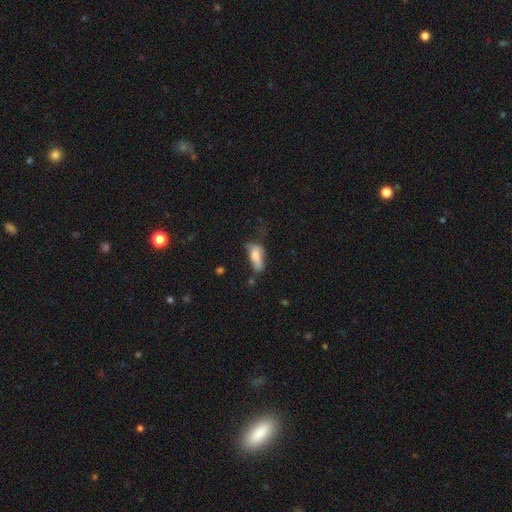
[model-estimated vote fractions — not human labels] A smooth galaxy with no disk features (69%) that is in between round and cigar-shaped (78%). Merging: major disturbance (35%).